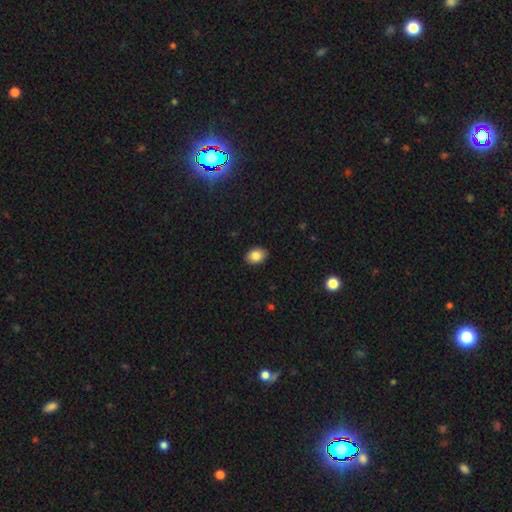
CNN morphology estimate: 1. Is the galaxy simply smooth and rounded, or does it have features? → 85% smooth, 8% star or artifact, 7% featured or disk.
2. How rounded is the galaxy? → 76% in between, 23% round, 1% cigar-shaped.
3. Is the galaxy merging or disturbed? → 89% none, 9% minor disturbance, 2% major disturbance, 1% merger.